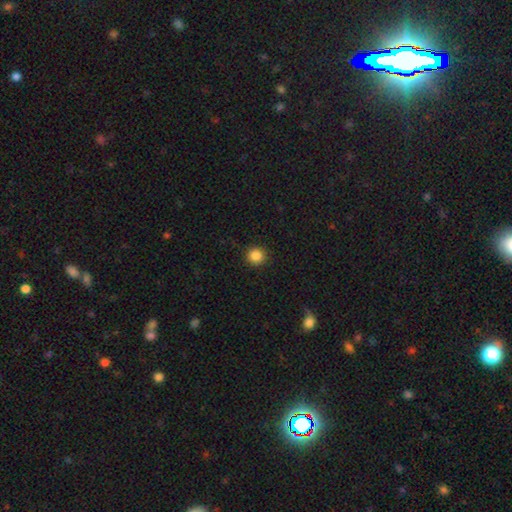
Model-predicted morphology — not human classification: This is clearly a smooth galaxy (86%). How rounded: clearly round (94%). Merging: clearly none (92%).